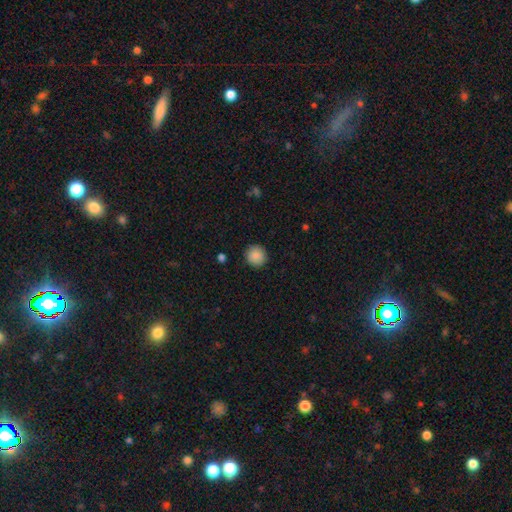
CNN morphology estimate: Smooth or featured? Predicted: smooth (p=0.89). How rounded? Predicted: round (p=0.93). Merging? Predicted: none (p=0.91).